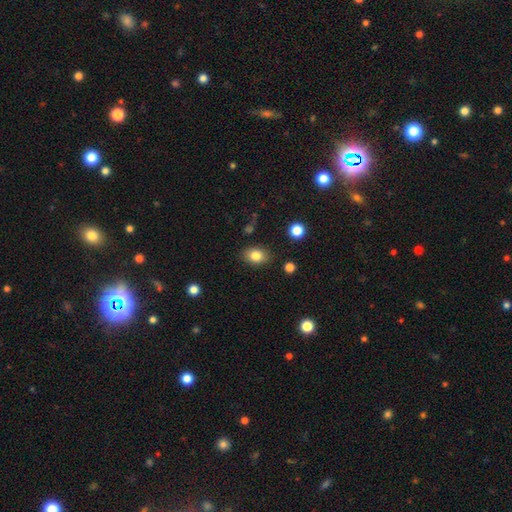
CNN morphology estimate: A smooth galaxy with no disk features (82%) that is in between round and cigar-shaped (72%).

Vote fractions:
- Smooth or featured? smooth: 82% / star or artifact: 10% / featured or disk: 9%
- How rounded? in between: 72% / round: 27% / cigar-shaped: 1%
- Merging? none: 84% / minor disturbance: 11% / major disturbance: 3% / merger: 2%